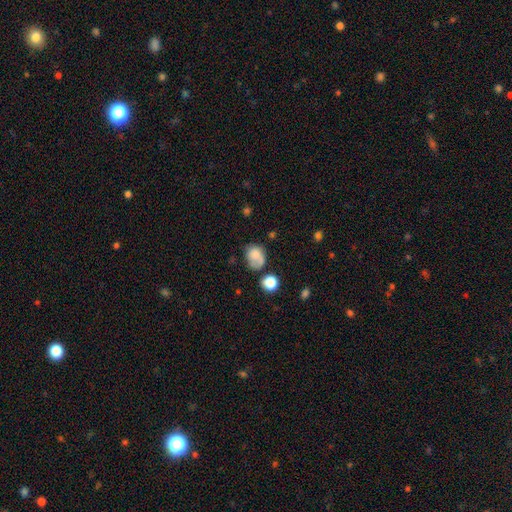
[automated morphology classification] Smooth or featured?
  - smooth: 73% *
  - featured or disk: 17%
  - star or artifact: 10%
How rounded?
  - in between: 54% *
  - round: 45%
  - cigar-shaped: 1%
Merging?
  - none: 37% *
  - minor disturbance: 27%
  - major disturbance: 20%
  - merger: 15%